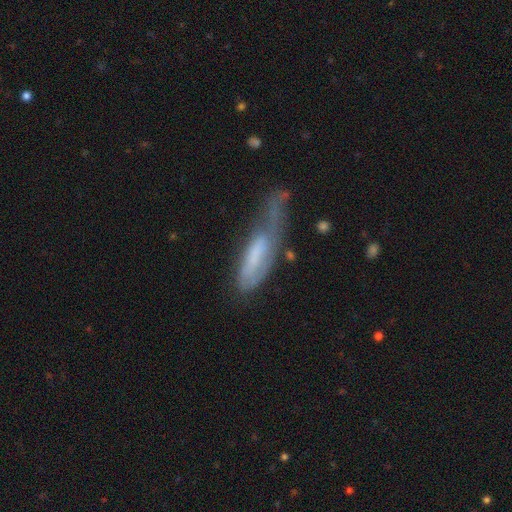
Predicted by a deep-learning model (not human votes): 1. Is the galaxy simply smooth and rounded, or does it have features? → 47% smooth, 45% featured or disk, 8% star or artifact.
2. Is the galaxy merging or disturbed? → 42% major disturbance, 29% minor disturbance, 22% none, 7% merger.